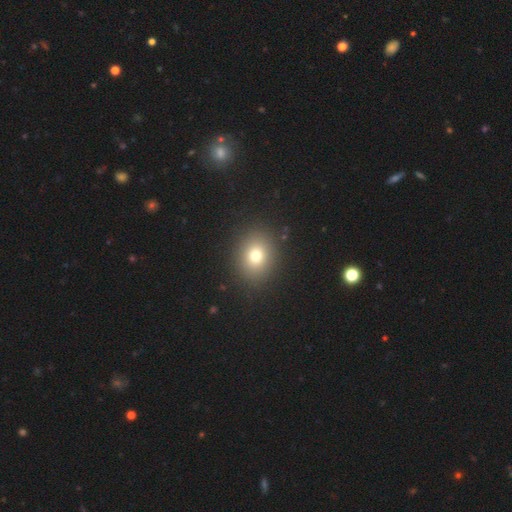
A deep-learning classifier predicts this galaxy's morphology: Q: Smooth or featured?
A: smooth (76%); runner-up: star or artifact (14%)
Q: How rounded?
A: round (67%); runner-up: in between (33%)
Q: Merging?
A: none (89%); runner-up: minor disturbance (7%)